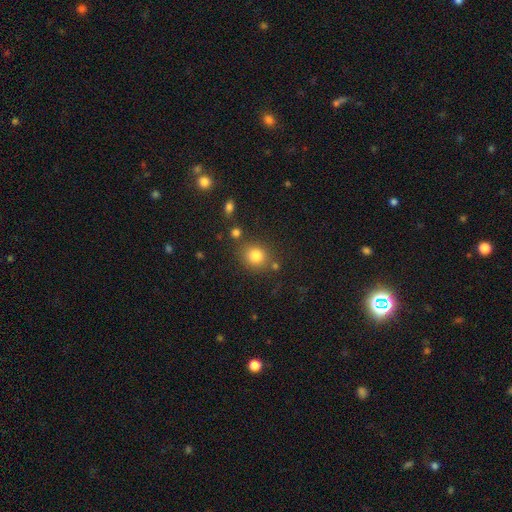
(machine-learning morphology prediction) Smooth or featured: smooth — 82% (star or artifact — 12%)
How rounded: round — 80% (in between — 19%)
Merging: none — 77% (minor disturbance — 11%)